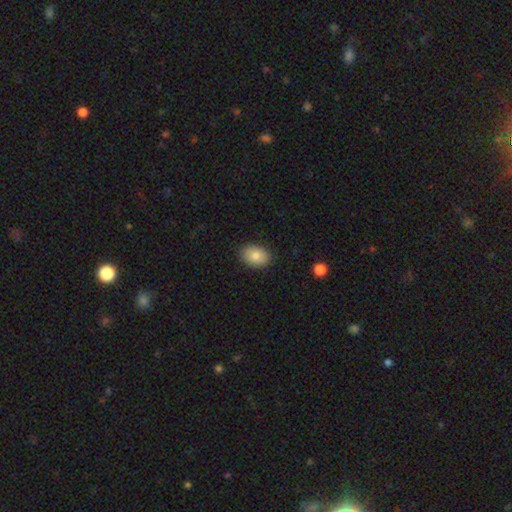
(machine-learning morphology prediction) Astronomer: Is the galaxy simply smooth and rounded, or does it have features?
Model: smooth — 83%.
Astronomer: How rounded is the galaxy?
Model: in between — 78%.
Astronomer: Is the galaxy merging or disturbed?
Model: none — 88%.